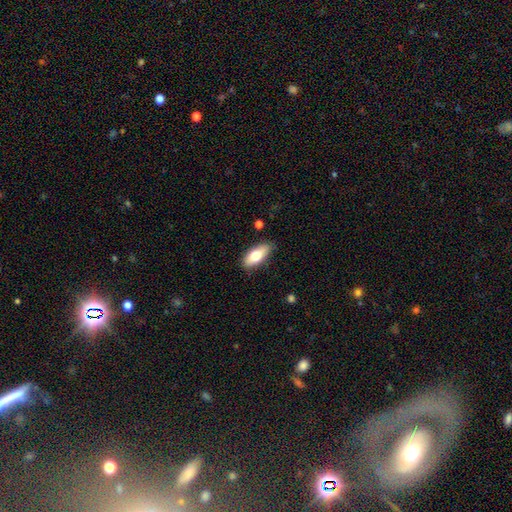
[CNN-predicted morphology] The model was most divided on "smooth or featured": smooth: 72%, featured or disk: 21%, star or artifact: 6%. More confident: merging — none (84%); how rounded — in between (82%).